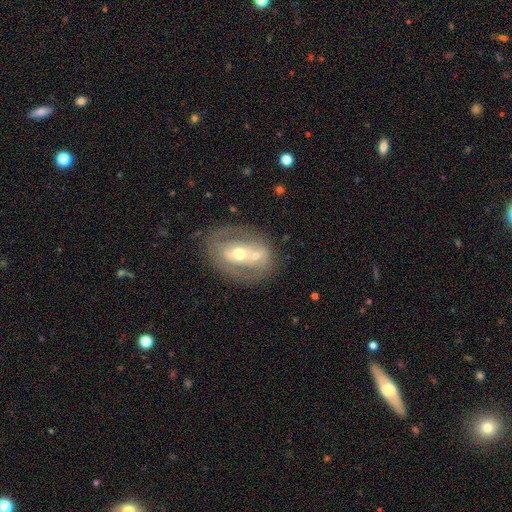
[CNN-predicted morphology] type=featured or disk (60%); edge-on=no (93%); bar=no (58%); spiral arms=no (72%); bulge=moderate (72%); merging=none (47%).